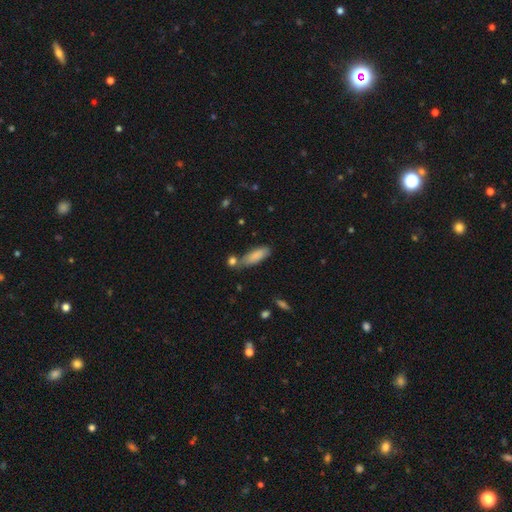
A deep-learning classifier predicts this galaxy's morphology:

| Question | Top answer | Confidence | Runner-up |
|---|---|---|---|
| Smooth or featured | smooth | 85% | featured or disk (9%) |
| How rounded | in between | 65% | cigar-shaped (33%) |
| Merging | none | 57% | minor disturbance (21%) |